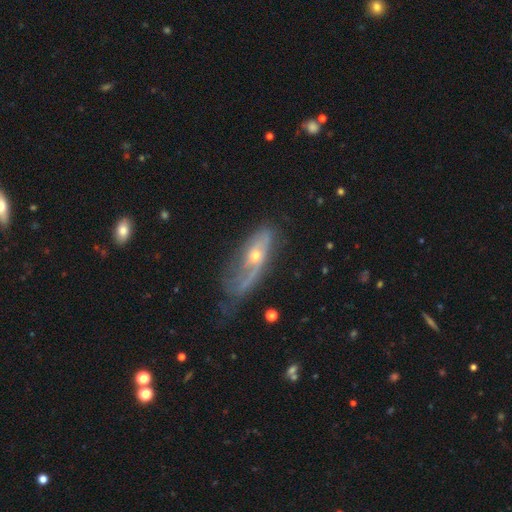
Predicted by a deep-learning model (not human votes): This is likely a featured or disk galaxy (65%). It is likely not viewed edge-on (76%). Merging: marginally major disturbance (38%).